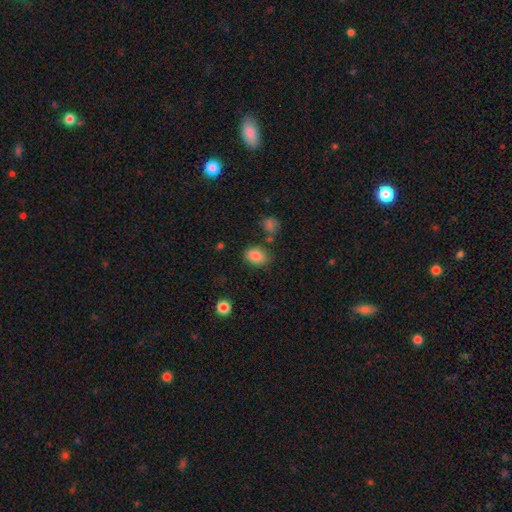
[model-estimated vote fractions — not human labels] Smooth or featured?
  - smooth: 85% *
  - star or artifact: 10%
  - featured or disk: 6%
How rounded?
  - in between: 70% *
  - round: 29%
  - cigar-shaped: 1%
Merging?
  - none: 76% *
  - minor disturbance: 14%
  - merger: 6%
  - major disturbance: 4%